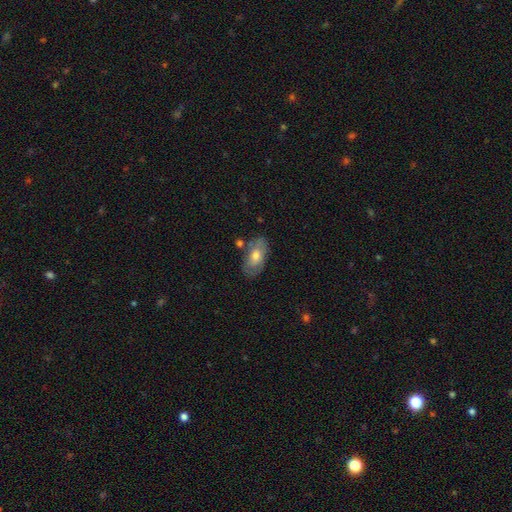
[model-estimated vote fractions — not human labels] A smooth galaxy with no disk features (60%) that is in between round and cigar-shaped (92%). Merging: none (71%).